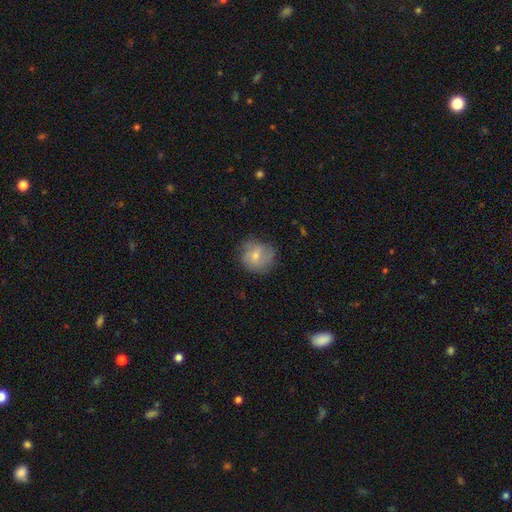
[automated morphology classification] Smooth or featured? Predicted: smooth (p=0.50). Merging? Predicted: none (p=0.70).